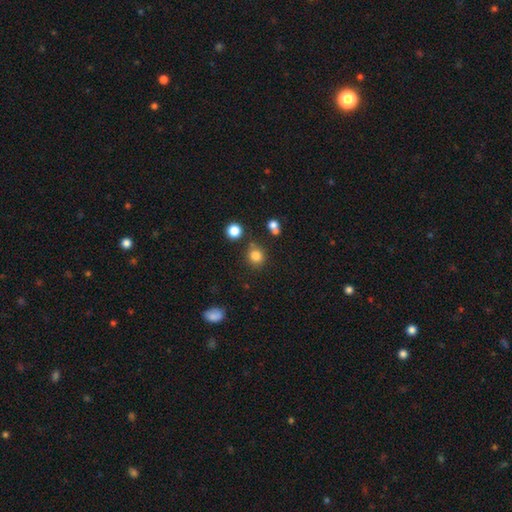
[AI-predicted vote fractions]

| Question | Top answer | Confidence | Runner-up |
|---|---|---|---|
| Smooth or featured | smooth | 81% | star or artifact (13%) |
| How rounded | round | 82% | in between (17%) |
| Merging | none | 76% | minor disturbance (12%) |